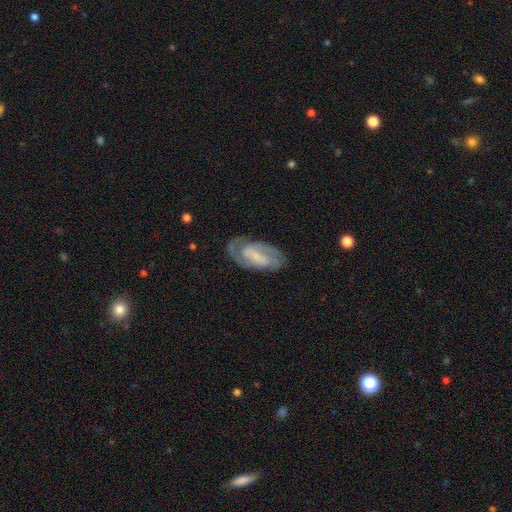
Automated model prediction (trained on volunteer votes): This appears to be a featured or disk galaxy (77%) with a weak bar (44%), 2 (72%) tight (50%) spiral arms (92%) and a small central bulge (48%). Merging: none (74%).